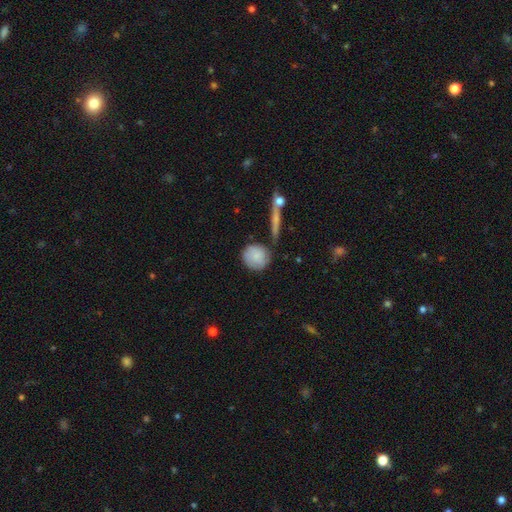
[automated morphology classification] Overall: smooth (74%). How rounded: round (85%). Merging: none (63%).